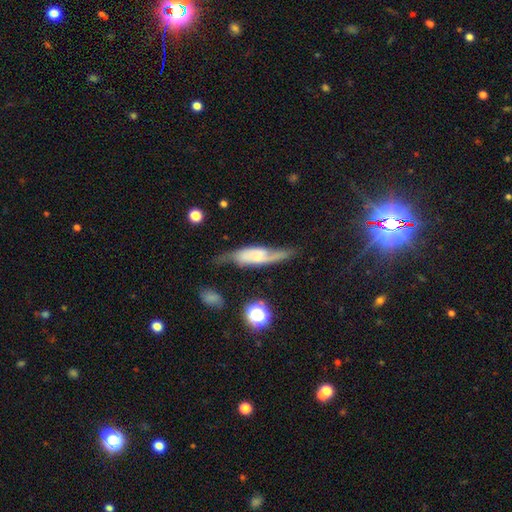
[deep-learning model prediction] A featured or disk galaxy (70%).

Vote fractions:
- Smooth or featured? featured or disk: 70% / smooth: 23% / star or artifact: 7%
- Edge-on disk? no: 71% / yes: 29%
- Merging? none: 54% / minor disturbance: 26% / major disturbance: 15% / merger: 4%